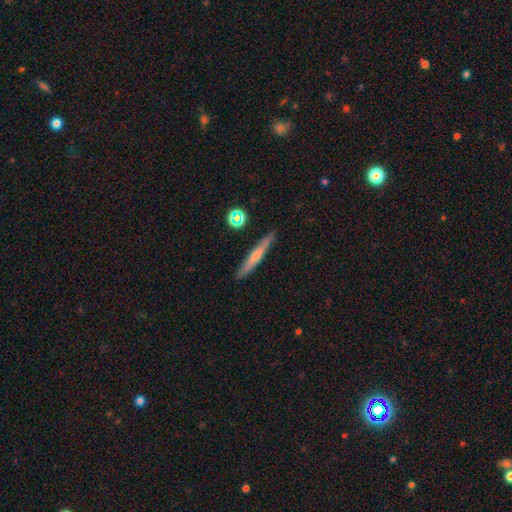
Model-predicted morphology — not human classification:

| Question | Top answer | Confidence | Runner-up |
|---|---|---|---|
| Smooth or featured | featured or disk | 48% | smooth (44%) |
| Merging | none | 89% | minor disturbance (8%) |